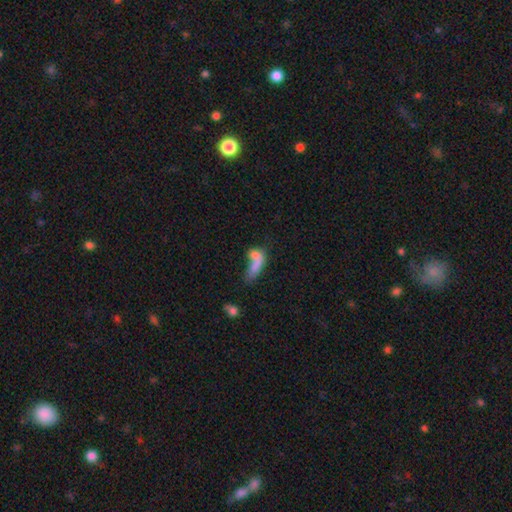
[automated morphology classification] type=smooth (67%); roundness=in between (63%); merging=merger (44%).